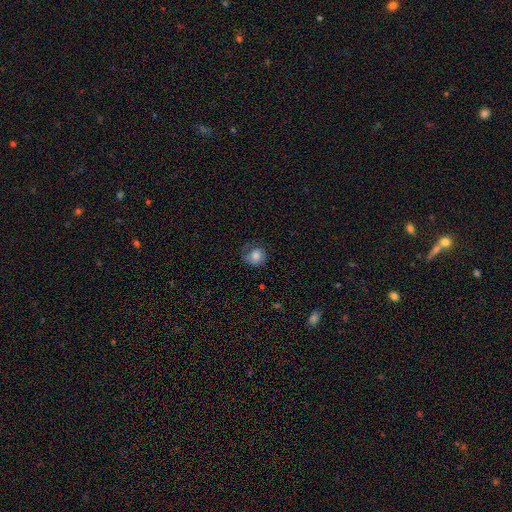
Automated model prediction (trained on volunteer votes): A smooth galaxy with no disk features (78%) that is round (79%). Merging: none (53%).